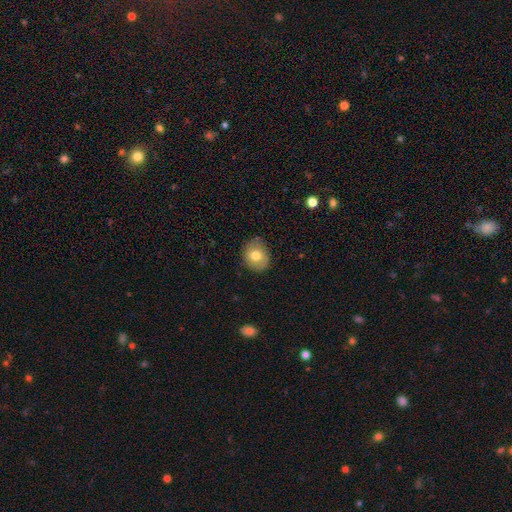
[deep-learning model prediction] smooth_or_featured: smooth (p=0.75) [alt: featured or disk p=0.16]
how_rounded: round (p=0.65) [alt: in between p=0.34]
merging: none (p=0.82) [alt: minor disturbance p=0.14]